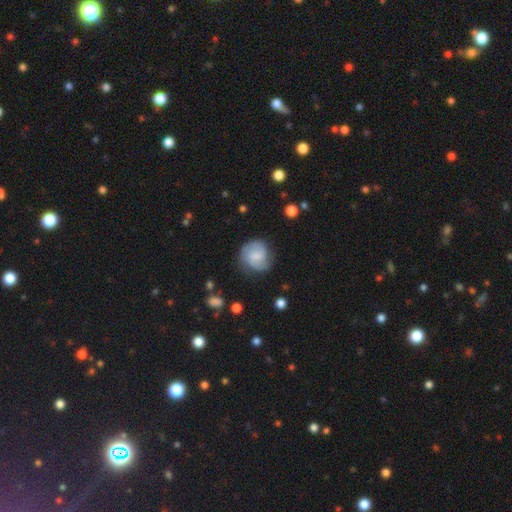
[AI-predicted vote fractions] The model was most divided on "bulge size": none: 37%, small: 31%, moderate: 24%, large: 7%, dominant: 2%. More confident: edge-on disk — no (98%); spiral arms — yes (91%); merging — none (70%); smooth or featured — featured or disk (53%); bar — weak (51%).